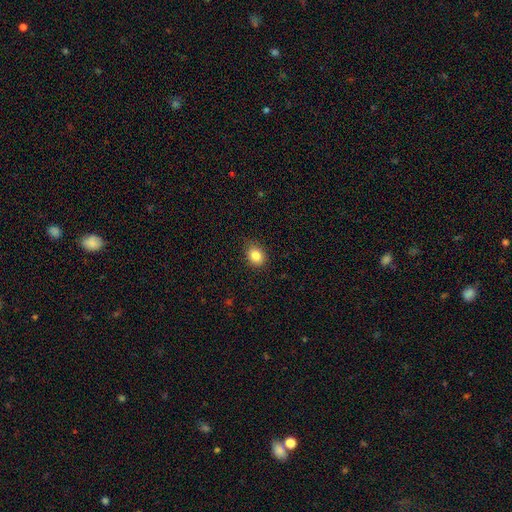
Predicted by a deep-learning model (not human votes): Smooth or featured? Predicted: smooth (p=0.83). How rounded? Predicted: round (p=0.52). Merging? Predicted: none (p=0.82).